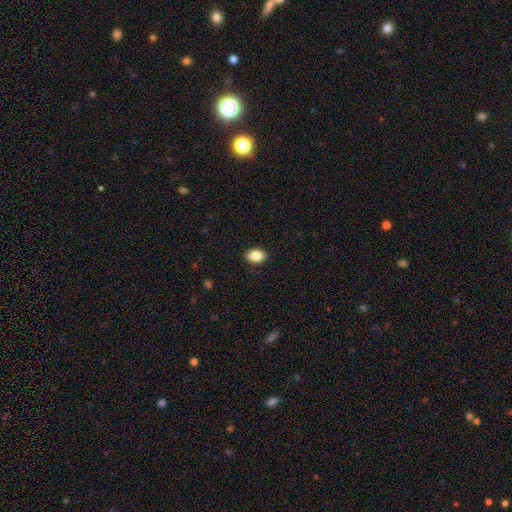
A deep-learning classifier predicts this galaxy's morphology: smooth-or-featured: smooth: 87% | star or artifact: 8% | featured or disk: 5%
  how-rounded: in between: 81% | round: 17% | cigar-shaped: 1%
  merging: none: 88% | minor disturbance: 9% | major disturbance: 2% | merger: 1%